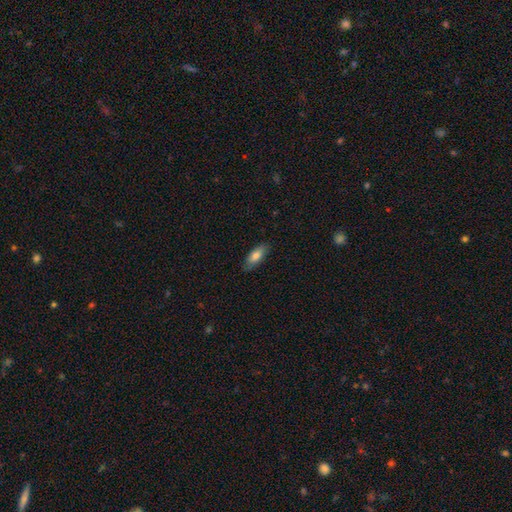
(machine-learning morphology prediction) smooth-or-featured: smooth: 80% | featured or disk: 14% | star or artifact: 6%
  how-rounded: in between: 75% | cigar-shaped: 23% | round: 2%
  merging: none: 83% | minor disturbance: 13% | major disturbance: 3% | merger: 1%